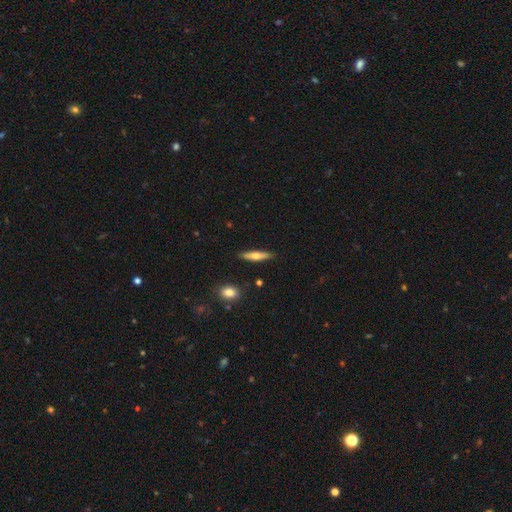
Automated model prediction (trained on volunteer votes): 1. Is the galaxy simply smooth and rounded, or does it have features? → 54% smooth, 40% featured or disk, 6% star or artifact.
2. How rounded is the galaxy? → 81% cigar-shaped, 17% in between, 2% round.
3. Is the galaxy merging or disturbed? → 88% none, 9% minor disturbance, 2% merger, 2% major disturbance.